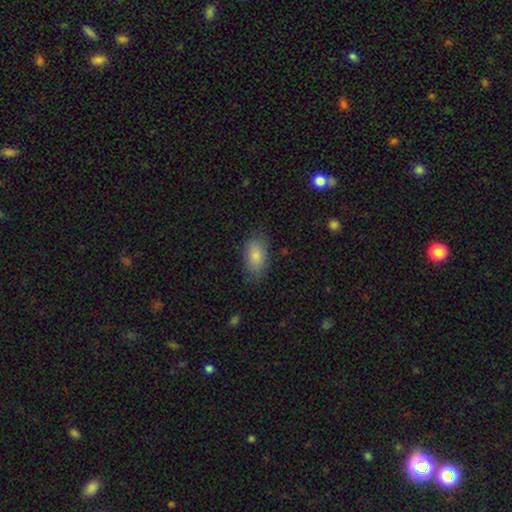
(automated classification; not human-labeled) Smooth or featured: smooth — 83% (featured or disk — 9%)
How rounded: in between — 91% (round — 6%)
Merging: none — 77% (minor disturbance — 17%)